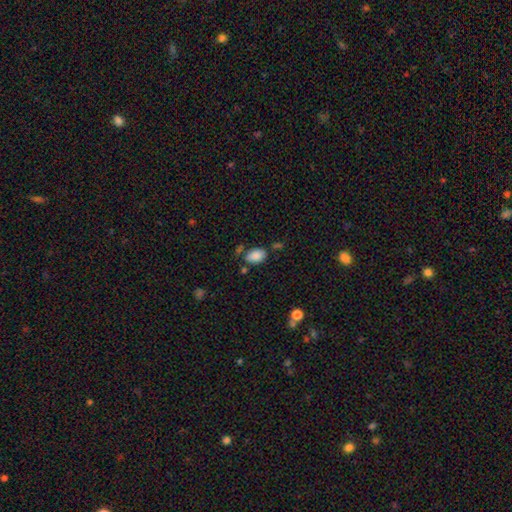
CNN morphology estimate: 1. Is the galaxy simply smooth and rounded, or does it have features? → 86% smooth, 8% star or artifact, 6% featured or disk.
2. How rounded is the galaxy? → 90% in between, 8% round, 1% cigar-shaped.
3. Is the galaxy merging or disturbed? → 67% none, 18% minor disturbance, 10% merger, 5% major disturbance.